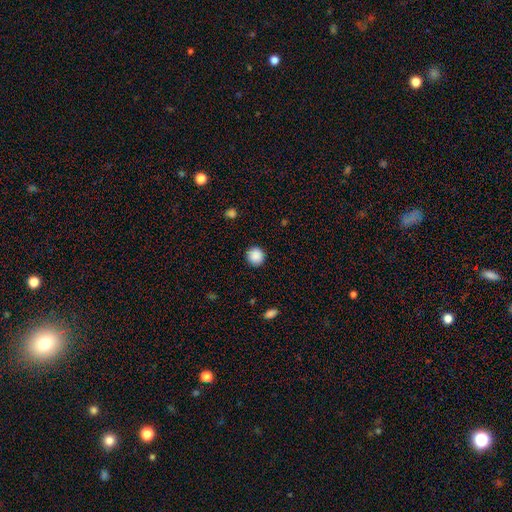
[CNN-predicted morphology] Smooth or featured? smooth (89%)
How rounded? round (92%)
Merging? none (91%)